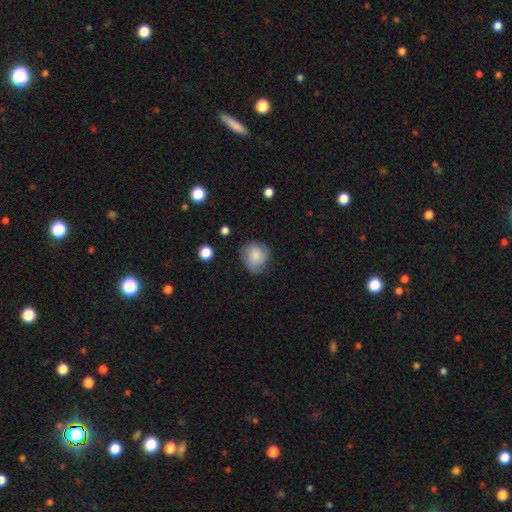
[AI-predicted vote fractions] smooth_or_featured: smooth (p=0.78) [alt: featured or disk p=0.14]
how_rounded: round (p=0.78) [alt: in between p=0.21]
merging: none (p=0.56) [alt: minor disturbance p=0.32]